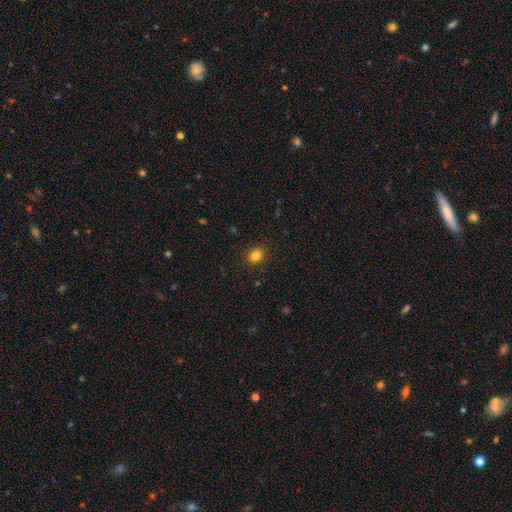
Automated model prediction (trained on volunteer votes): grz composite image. It shows a smooth galaxy with no disk features (82%) that is round (64%). Merging: none (89%).